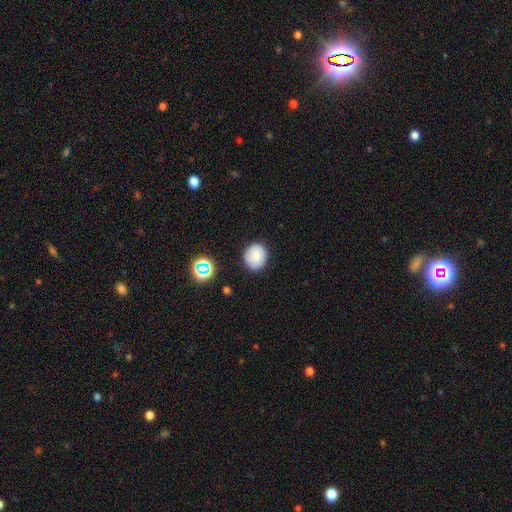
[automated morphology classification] This is clearly a smooth galaxy (82%). How rounded: likely round (71%). Merging: clearly none (86%).